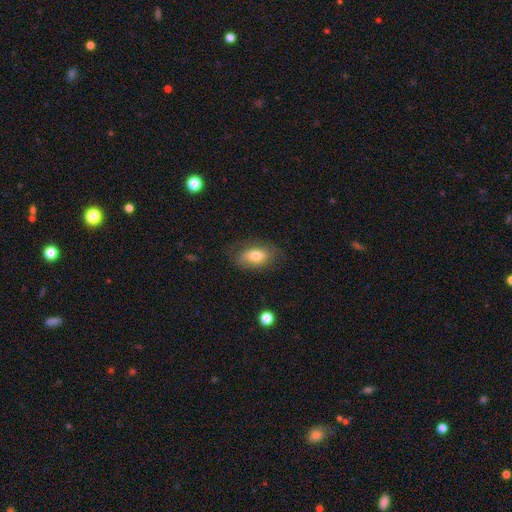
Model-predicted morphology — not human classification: Smooth or featured: smooth — 73% (featured or disk — 19%)
How rounded: in between — 88% (round — 8%)
Merging: none — 73% (minor disturbance — 18%)